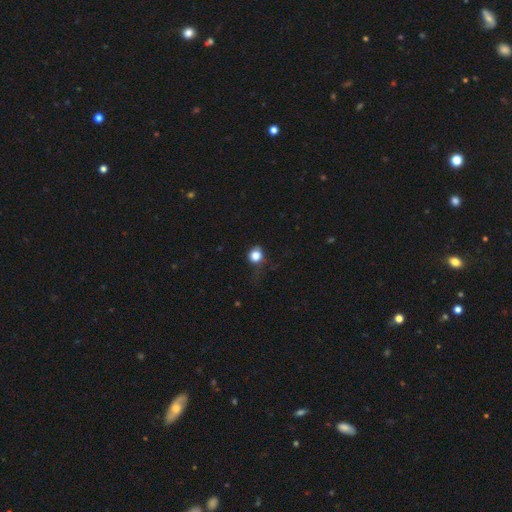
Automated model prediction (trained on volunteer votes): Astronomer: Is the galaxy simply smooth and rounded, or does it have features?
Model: smooth — 82%.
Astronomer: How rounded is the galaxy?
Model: round — 85%.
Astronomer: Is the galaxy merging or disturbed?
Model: none — 64%.